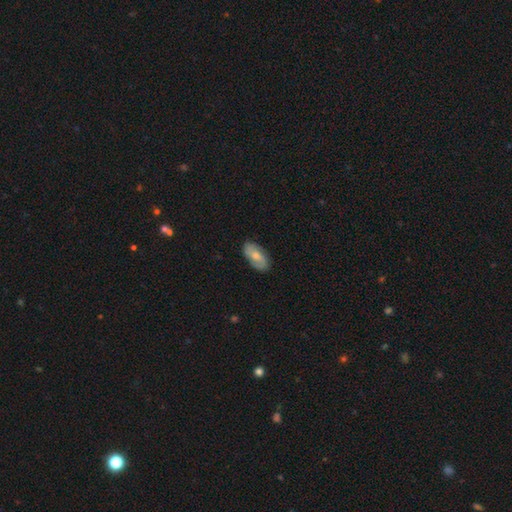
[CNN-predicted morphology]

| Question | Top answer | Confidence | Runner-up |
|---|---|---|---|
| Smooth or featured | smooth | 52% | featured or disk (42%) |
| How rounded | in between | 92% | cigar-shaped (4%) |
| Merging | none | 82% | minor disturbance (14%) |